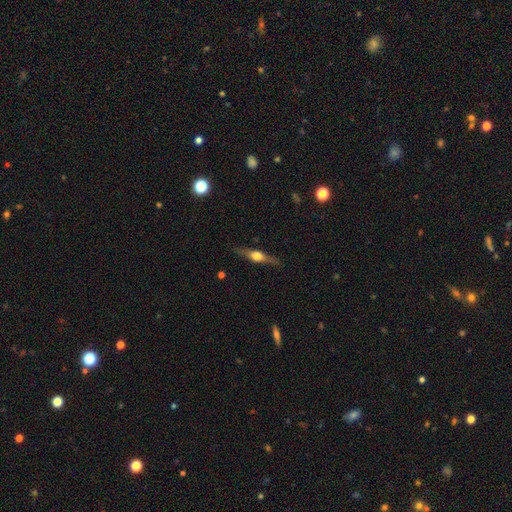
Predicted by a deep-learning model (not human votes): Smooth or featured: featured or disk — 70% (smooth — 24%)
Edge-on disk: yes — 96% (no — 4%)
Edge-on bulge: rounded — 93% (boxy — 5%)
Merging: none — 87% (minor disturbance — 10%)